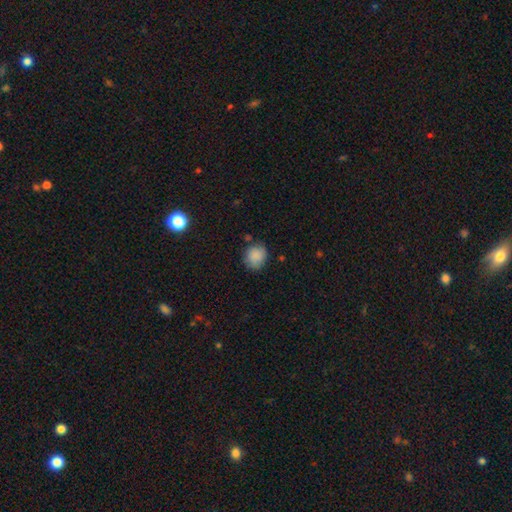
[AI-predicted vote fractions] Smooth or featured: smooth — 86% (star or artifact — 9%)
How rounded: round — 77% (in between — 22%)
Merging: none — 73% (minor disturbance — 20%)